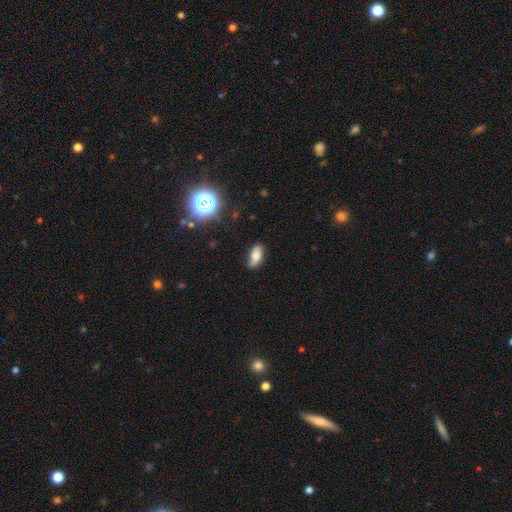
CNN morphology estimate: Smooth or featured? smooth (67%)
How rounded? in between (86%)
Merging? none (77%)